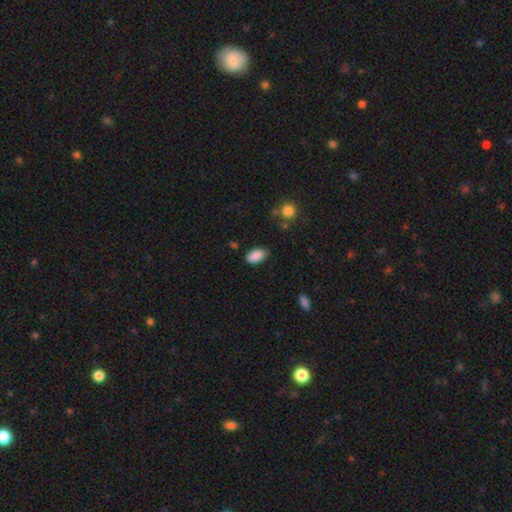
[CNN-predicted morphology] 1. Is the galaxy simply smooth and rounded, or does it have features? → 88% smooth, 8% star or artifact, 4% featured or disk.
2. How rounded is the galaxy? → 93% in between, 5% round, 2% cigar-shaped.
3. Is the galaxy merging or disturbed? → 78% none, 17% minor disturbance, 3% major disturbance, 2% merger.